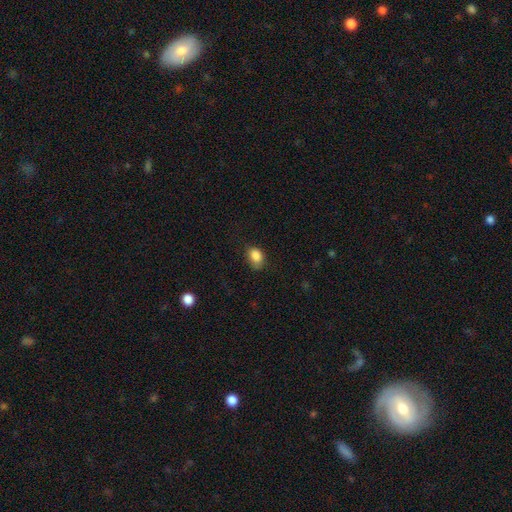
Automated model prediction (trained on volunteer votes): A smooth galaxy with no disk features (86%) that is in between round and cigar-shaped (74%).

Vote fractions:
- Smooth or featured? smooth: 86% / star or artifact: 9% / featured or disk: 5%
- How rounded? in between: 74% / round: 25% / cigar-shaped: 1%
- Merging? none: 67% / minor disturbance: 26% / major disturbance: 6% / merger: 1%